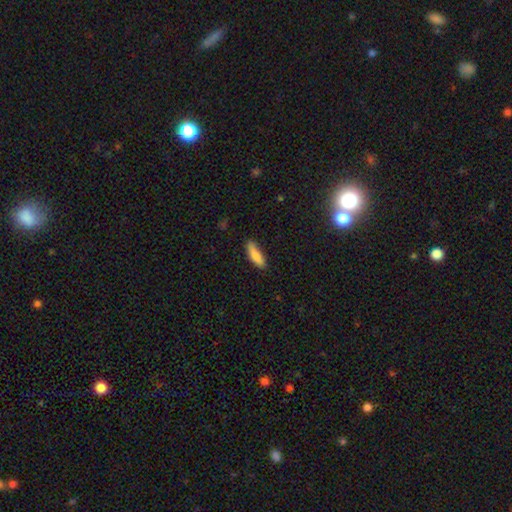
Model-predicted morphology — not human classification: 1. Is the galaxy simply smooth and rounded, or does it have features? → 84% smooth, 10% featured or disk, 6% star or artifact.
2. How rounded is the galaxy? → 60% cigar-shaped, 38% in between, 2% round.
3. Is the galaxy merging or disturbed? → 80% none, 16% minor disturbance, 3% major disturbance, 1% merger.